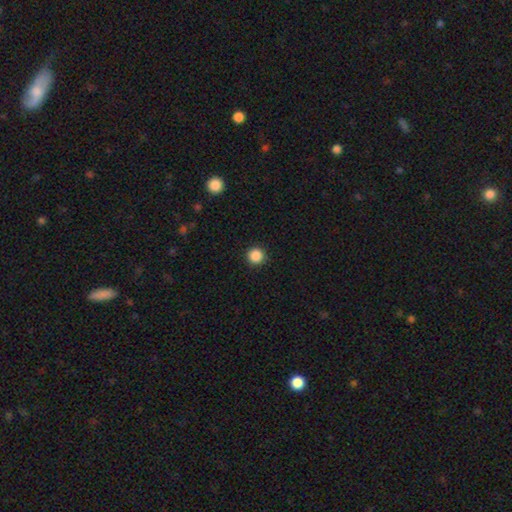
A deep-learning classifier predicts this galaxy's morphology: Q: Smooth or featured?
A: smooth (87%); runner-up: star or artifact (10%)
Q: How rounded?
A: round (96%); runner-up: in between (3%)
Q: Merging?
A: none (92%); runner-up: minor disturbance (5%)